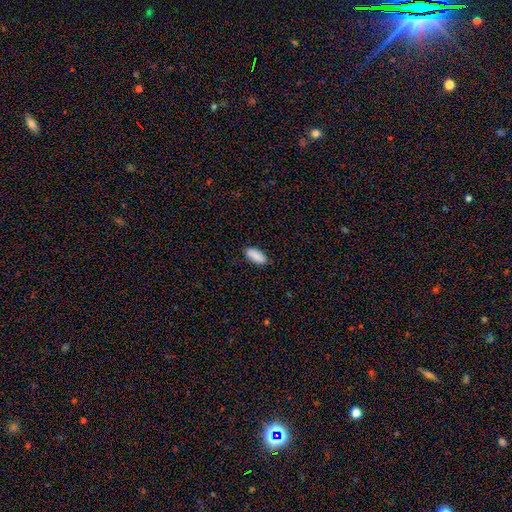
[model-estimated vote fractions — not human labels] Smooth or featured: smooth — 87% (featured or disk — 7%)
How rounded: in between — 81% (cigar-shaped — 17%)
Merging: none — 85% (minor disturbance — 12%)